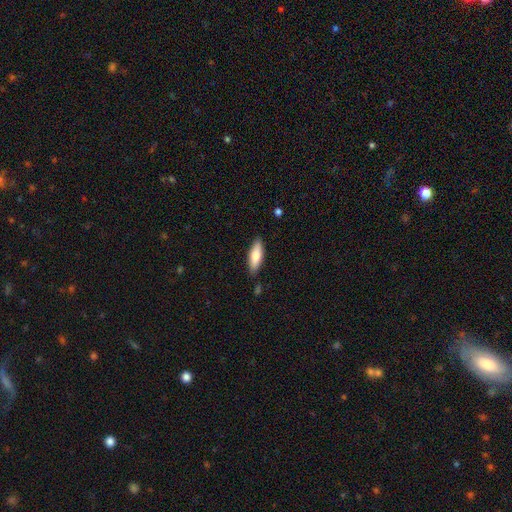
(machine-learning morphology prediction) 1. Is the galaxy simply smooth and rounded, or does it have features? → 71% smooth, 23% featured or disk, 6% star or artifact.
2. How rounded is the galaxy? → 54% in between, 44% cigar-shaped, 2% round.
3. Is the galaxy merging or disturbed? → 84% none, 11% minor disturbance, 2% major disturbance, 2% merger.